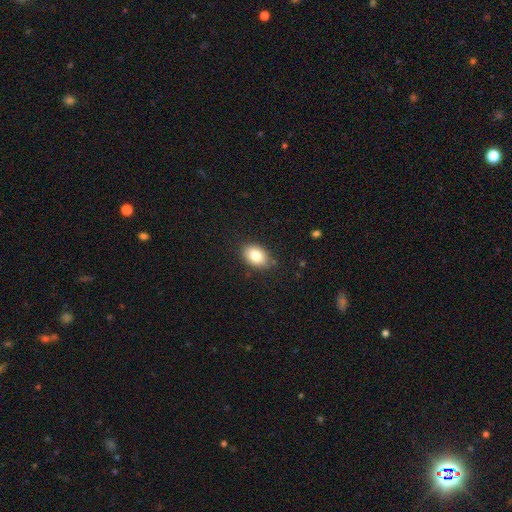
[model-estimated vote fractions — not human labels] A smooth galaxy with no disk features (83%) that is in between round and cigar-shaped (83%). Merging: none (84%).